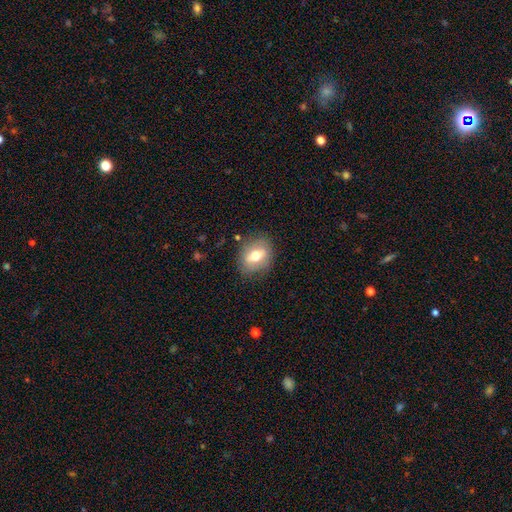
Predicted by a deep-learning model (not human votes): smooth-or-featured: smooth: 57% | featured or disk: 35% | star or artifact: 9%
  how-rounded: in between: 60% | round: 38% | cigar-shaped: 2%
  merging: none: 80% | minor disturbance: 14% | major disturbance: 4% | merger: 2%